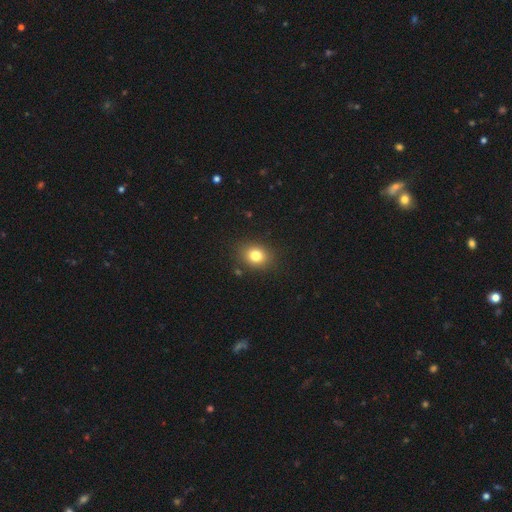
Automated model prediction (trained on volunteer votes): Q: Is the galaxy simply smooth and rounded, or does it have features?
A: smooth — 80%.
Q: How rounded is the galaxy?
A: round — 53%.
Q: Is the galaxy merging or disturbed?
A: none — 85%.